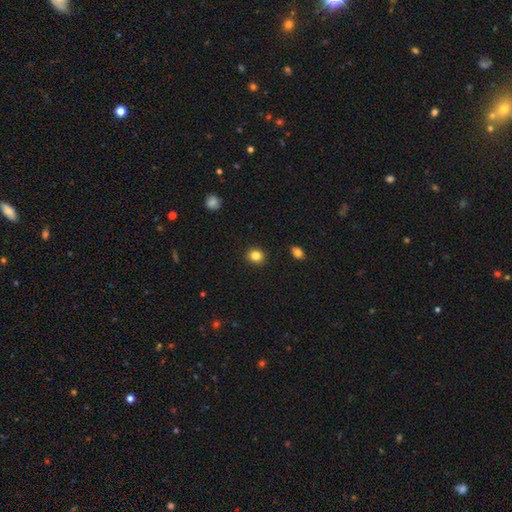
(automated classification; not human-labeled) Smooth or featured: smooth — 84% (star or artifact — 11%)
How rounded: round — 79% (in between — 20%)
Merging: none — 91% (minor disturbance — 6%)